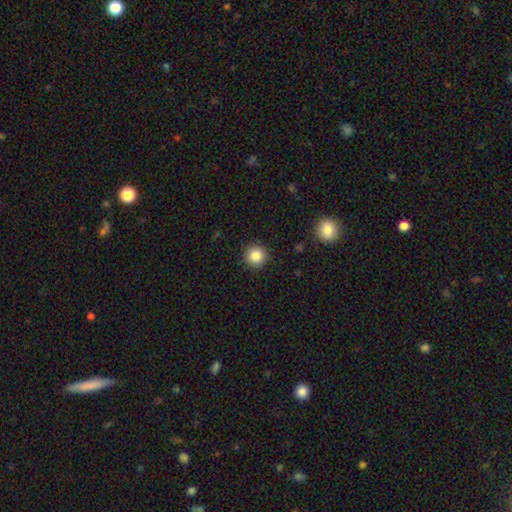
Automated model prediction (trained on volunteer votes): Smooth or featured?
  - smooth: 85% *
  - star or artifact: 10%
  - featured or disk: 5%
How rounded?
  - round: 95% *
  - in between: 4%
  - cigar-shaped: 1%
Merging?
  - none: 92% *
  - minor disturbance: 6%
  - major disturbance: 2%
  - merger: 1%